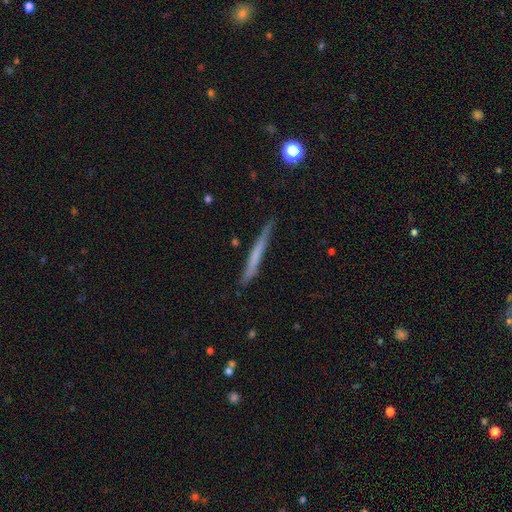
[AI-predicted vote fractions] This is possibly a smooth galaxy (53%). How rounded: clearly cigar-shaped (97%). Merging: clearly none (83%).